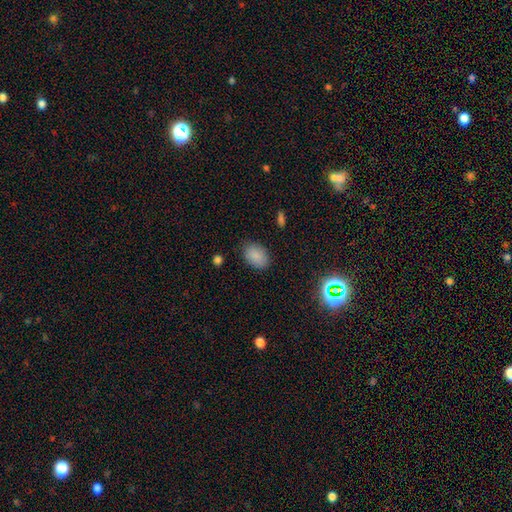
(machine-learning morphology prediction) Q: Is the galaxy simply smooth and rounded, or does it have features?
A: smooth — 86%.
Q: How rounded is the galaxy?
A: in between — 83%.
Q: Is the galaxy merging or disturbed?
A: none — 83%.